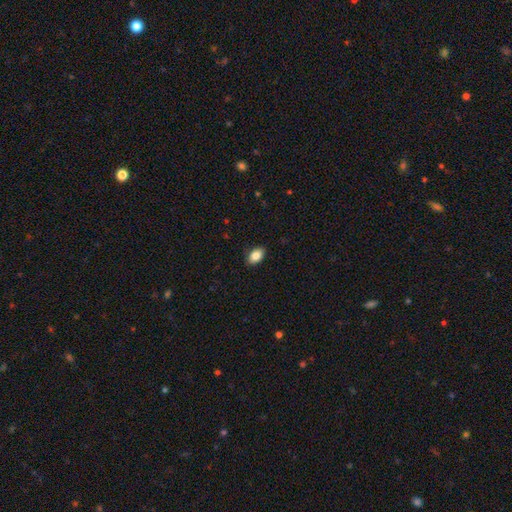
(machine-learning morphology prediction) Q: Smooth or featured?
A: smooth (86%); runner-up: star or artifact (8%)
Q: How rounded?
A: in between (89%); runner-up: round (10%)
Q: Merging?
A: none (87%); runner-up: minor disturbance (10%)